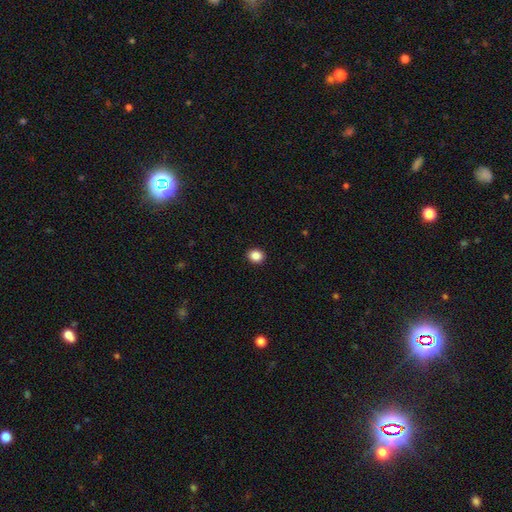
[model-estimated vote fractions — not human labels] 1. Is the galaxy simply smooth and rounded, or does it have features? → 87% smooth, 9% star or artifact, 3% featured or disk.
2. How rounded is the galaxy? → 66% round, 33% in between, 1% cigar-shaped.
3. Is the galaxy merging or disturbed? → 92% none, 5% minor disturbance, 2% major disturbance, 1% merger.